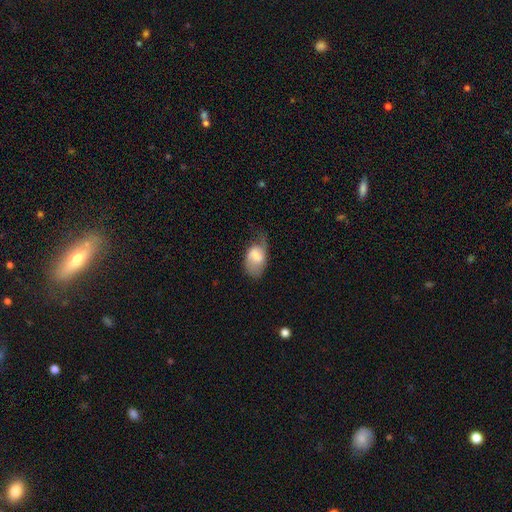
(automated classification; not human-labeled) Smooth or featured? Predicted: smooth (p=0.59). How rounded? Predicted: in between (p=0.88). Merging? Predicted: none (p=0.38).